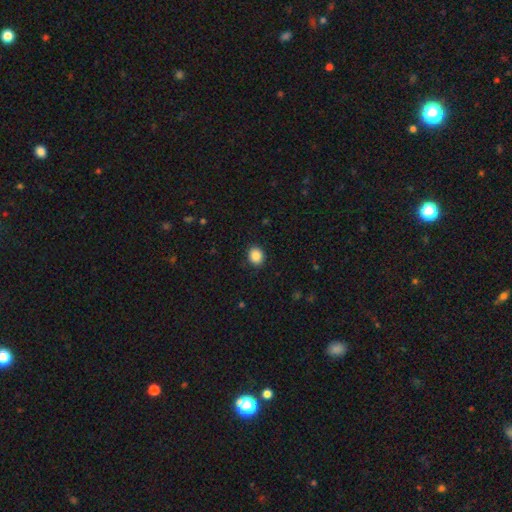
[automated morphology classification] smooth-or-featured: smooth: 88% | star or artifact: 9% | featured or disk: 3%
  how-rounded: round: 65% | in between: 34% | cigar-shaped: 1%
  merging: none: 90% | minor disturbance: 7% | major disturbance: 2% | merger: 1%